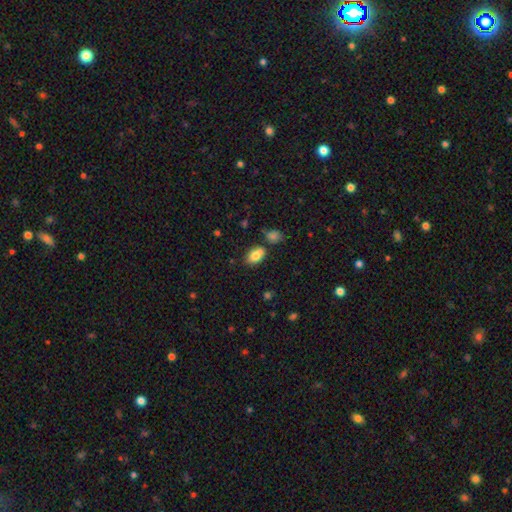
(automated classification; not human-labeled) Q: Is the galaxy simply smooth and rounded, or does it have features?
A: smooth — 81%.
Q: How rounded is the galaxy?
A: in between — 87%.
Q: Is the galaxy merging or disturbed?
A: none — 64%.